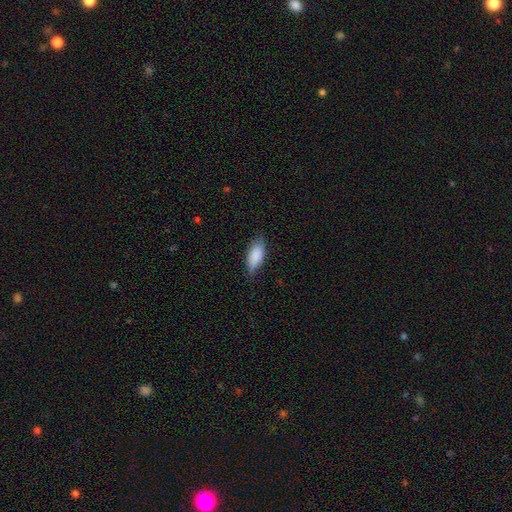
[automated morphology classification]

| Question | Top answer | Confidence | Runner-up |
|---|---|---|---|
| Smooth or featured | smooth | 87% | featured or disk (7%) |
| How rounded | in between | 83% | cigar-shaped (15%) |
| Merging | none | 79% | minor disturbance (17%) |